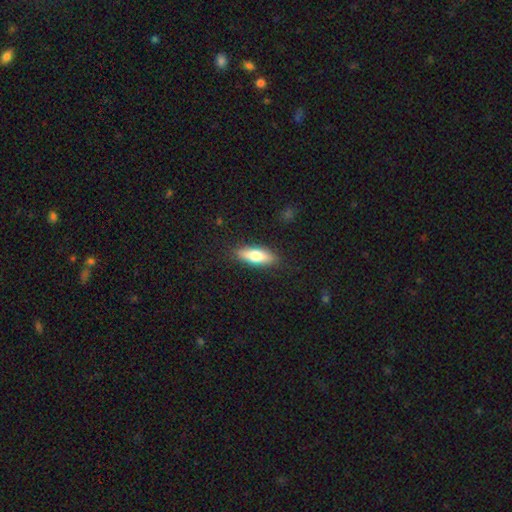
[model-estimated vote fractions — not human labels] Smooth or featured: smooth — 72% (featured or disk — 22%)
How rounded: in between — 59% (cigar-shaped — 38%)
Merging: none — 87% (minor disturbance — 10%)